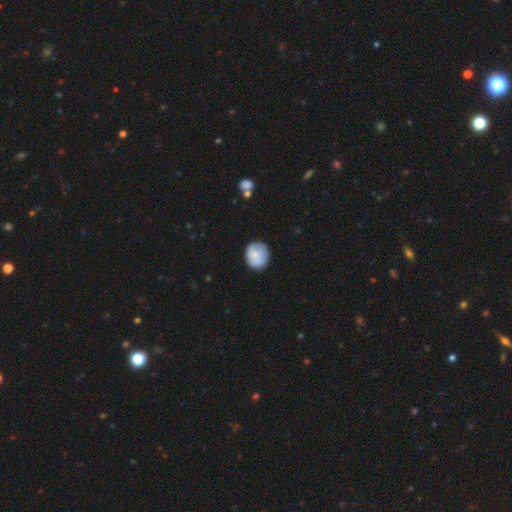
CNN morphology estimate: This is likely a smooth galaxy (75%). How rounded: likely round (77%). Merging: clearly none (81%).